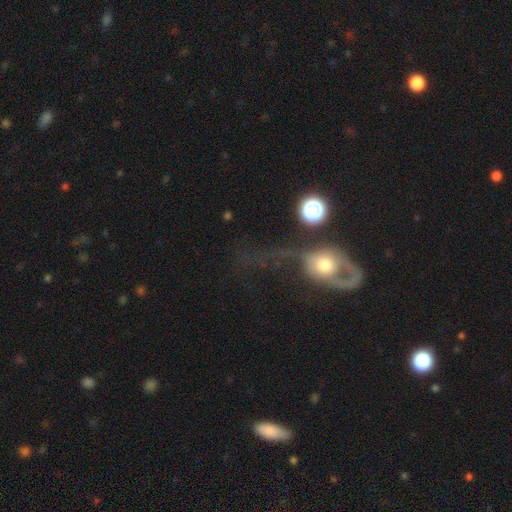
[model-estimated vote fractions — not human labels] This is possibly a featured or disk galaxy (55%). It is clearly not viewed edge-on (87%). Merging: possibly major disturbance (55%).